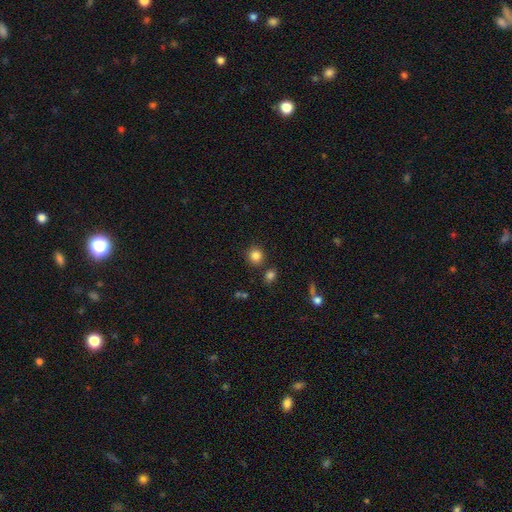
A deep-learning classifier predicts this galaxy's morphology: Smooth or featured?
  - smooth: 84% *
  - star or artifact: 11%
  - featured or disk: 5%
How rounded?
  - round: 90% *
  - in between: 9%
  - cigar-shaped: 1%
Merging?
  - none: 83% *
  - minor disturbance: 7%
  - merger: 7%
  - major disturbance: 3%